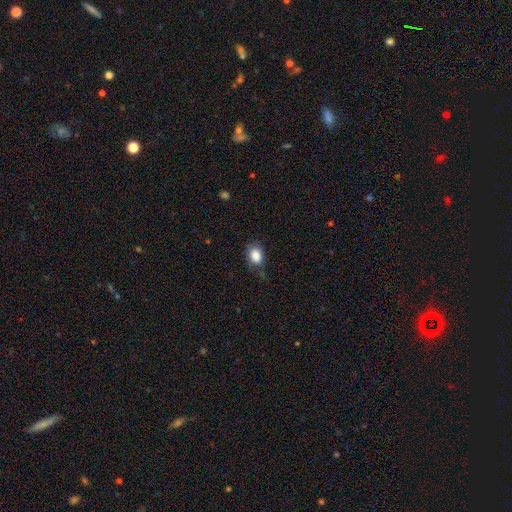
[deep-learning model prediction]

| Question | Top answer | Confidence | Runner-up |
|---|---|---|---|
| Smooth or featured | smooth | 85% | star or artifact (8%) |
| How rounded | in between | 65% | round (34%) |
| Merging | none | 59% | minor disturbance (28%) |